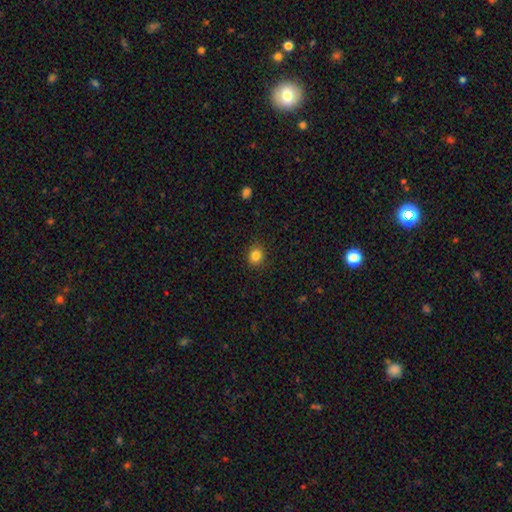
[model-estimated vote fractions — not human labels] A smooth galaxy with no disk features (84%) that is round (68%).

Vote fractions:
- Smooth or featured? smooth: 84% / star or artifact: 11% / featured or disk: 5%
- How rounded? round: 68% / in between: 31% / cigar-shaped: 1%
- Merging? none: 89% / minor disturbance: 8% / major disturbance: 2% / merger: 1%